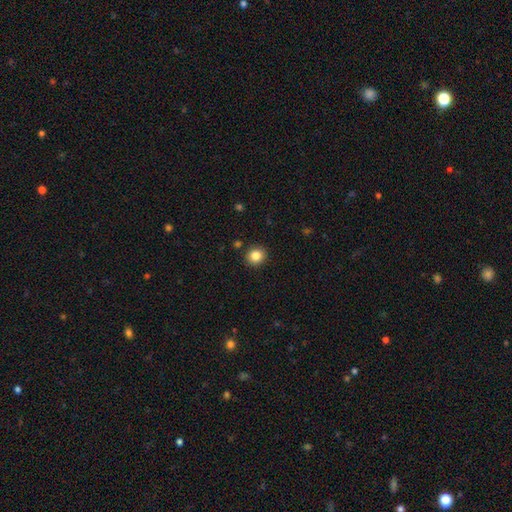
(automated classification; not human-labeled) Smooth or featured?
  - smooth: 84% *
  - star or artifact: 11%
  - featured or disk: 5%
How rounded?
  - round: 87% *
  - in between: 12%
  - cigar-shaped: 1%
Merging?
  - none: 90% *
  - minor disturbance: 6%
  - major disturbance: 2%
  - merger: 2%